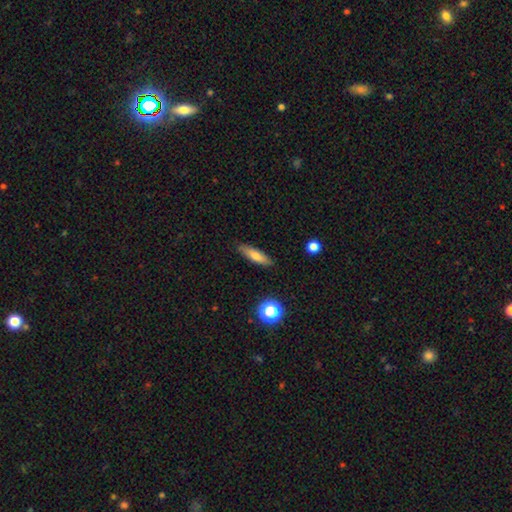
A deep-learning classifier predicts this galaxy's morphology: This is likely a smooth galaxy (72%). How rounded: likely cigar-shaped (64%). Merging: clearly none (87%).